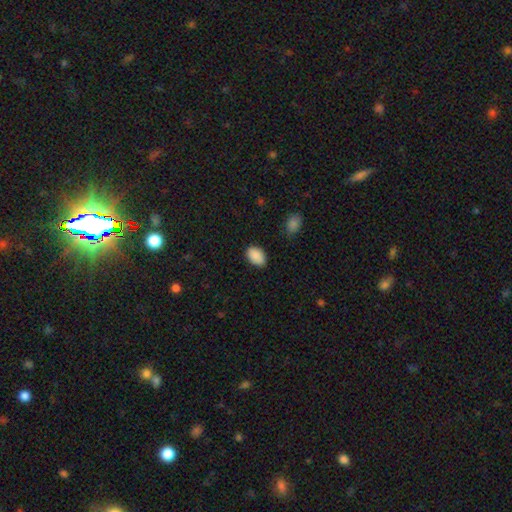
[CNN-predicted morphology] A smooth galaxy with no disk features (90%) that is in between round and cigar-shaped (89%). Merging: none (86%).